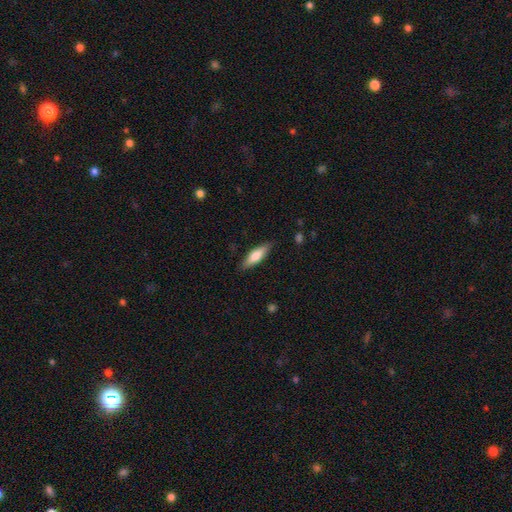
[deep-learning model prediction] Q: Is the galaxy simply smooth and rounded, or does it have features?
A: smooth — 66%.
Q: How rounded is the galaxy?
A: cigar-shaped — 56%.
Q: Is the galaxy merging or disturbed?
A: none — 86%.